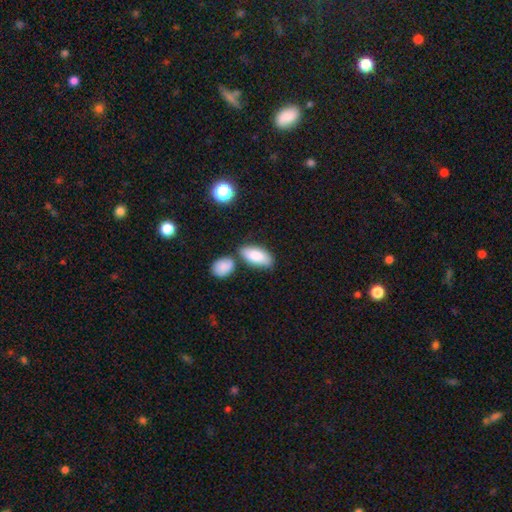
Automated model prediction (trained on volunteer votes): Smooth or featured?
  - smooth: 84% *
  - featured or disk: 10%
  - star or artifact: 6%
How rounded?
  - in between: 89% *
  - cigar-shaped: 8%
  - round: 3%
Merging?
  - none: 63% *
  - merger: 18%
  - minor disturbance: 15%
  - major disturbance: 4%